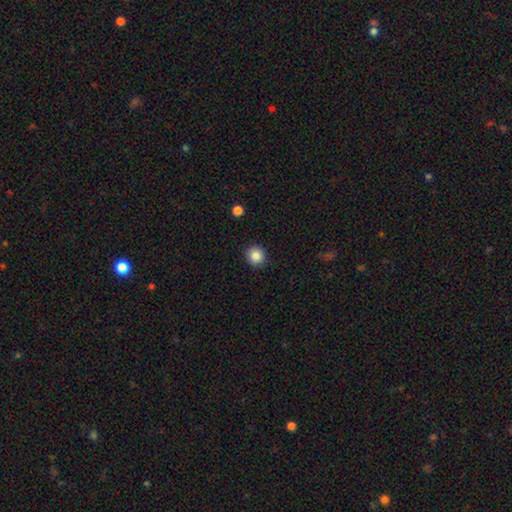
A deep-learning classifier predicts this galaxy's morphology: smooth 86%, star or artifact 10%, featured or disk 4%. Down the decision tree: how rounded — round (92%); merging — none (90%).